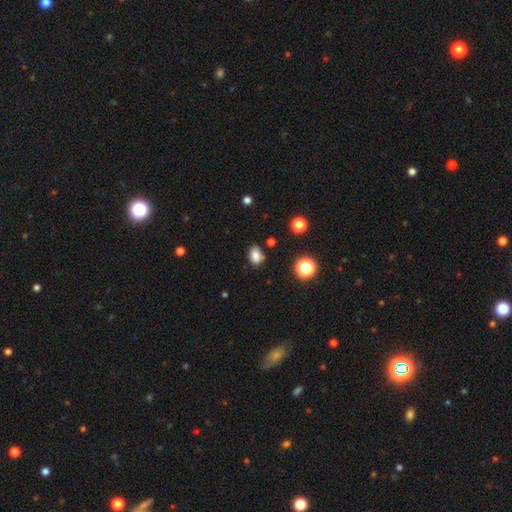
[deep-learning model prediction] Smooth or featured?
  - smooth: 82% *
  - star or artifact: 12%
  - featured or disk: 6%
How rounded?
  - in between: 76% *
  - round: 23%
  - cigar-shaped: 1%
Merging?
  - none: 75% *
  - minor disturbance: 17%
  - merger: 4%
  - major disturbance: 4%